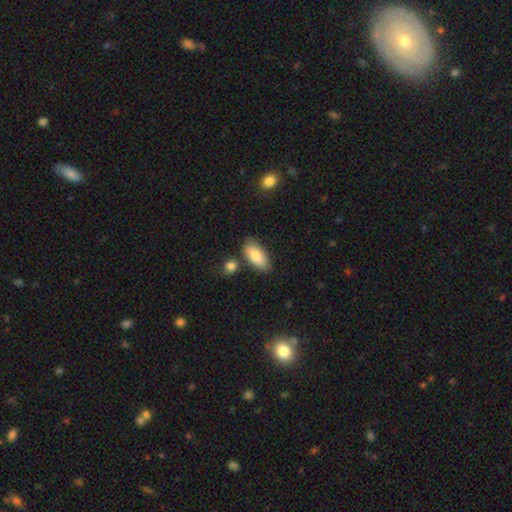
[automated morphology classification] Q: Smooth or featured?
A: smooth (84%); runner-up: featured or disk (10%)
Q: How rounded?
A: in between (89%); runner-up: cigar-shaped (8%)
Q: Merging?
A: none (74%); runner-up: minor disturbance (15%)